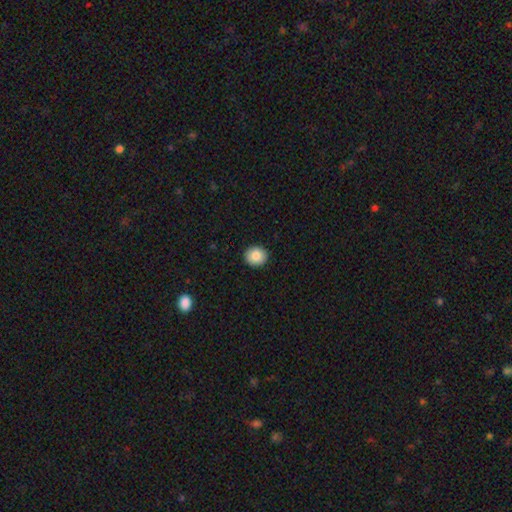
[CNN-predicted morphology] This is clearly a smooth galaxy (86%). How rounded: clearly round (81%). Merging: clearly none (92%).